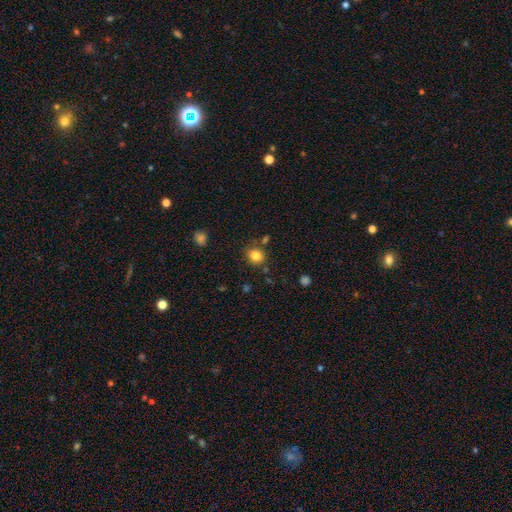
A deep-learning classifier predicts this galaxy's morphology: smooth-or-featured: smooth: 83% | star or artifact: 11% | featured or disk: 6%
  how-rounded: round: 68% | in between: 31% | cigar-shaped: 1%
  merging: none: 79% | minor disturbance: 11% | merger: 6% | major disturbance: 3%